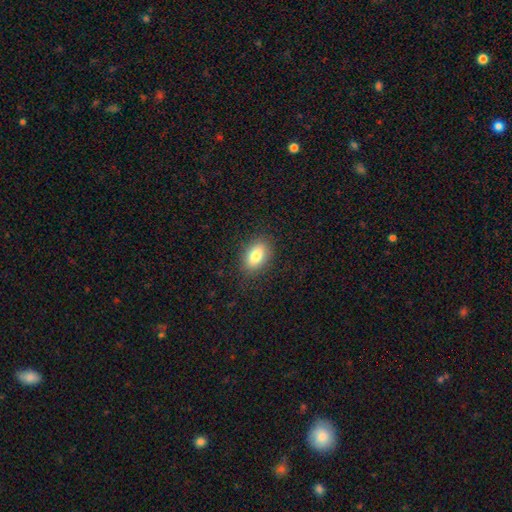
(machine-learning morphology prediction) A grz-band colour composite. It shows a smooth galaxy with no disk features (82%) that is in between round and cigar-shaped (87%). Merging: none (86%).